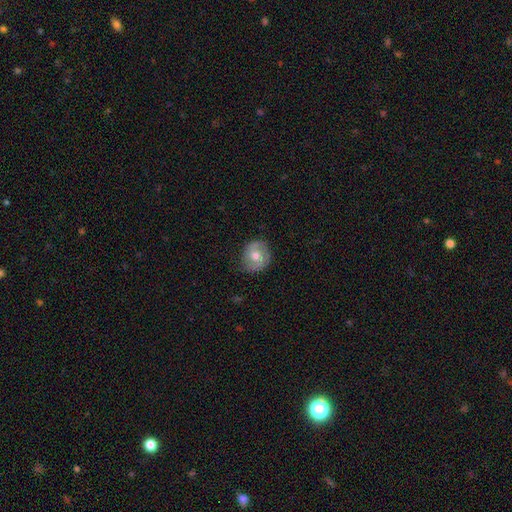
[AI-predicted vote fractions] This appears to be a smooth galaxy with no disk features (49%). Merging: none (76%).